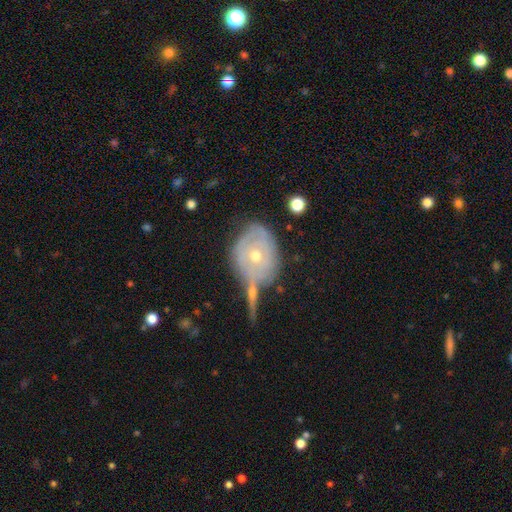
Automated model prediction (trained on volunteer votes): This appears to be a featured or disk galaxy (69%) with no bar (84%), spiral arms (63%) and a moderate central bulge (59%). Merging: none (54%).